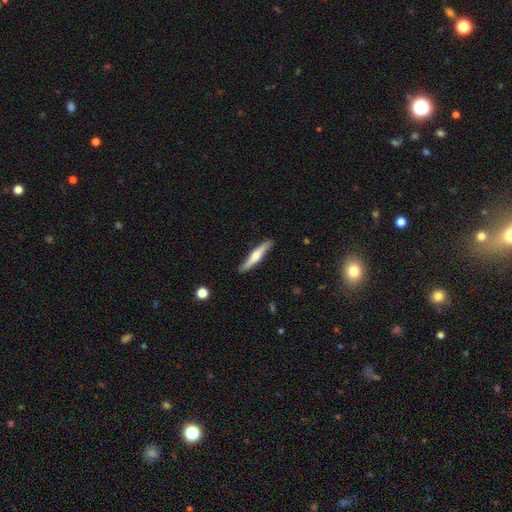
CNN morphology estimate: featured or disk 48%, smooth 47%, star or artifact 5%. Down the decision tree: merging — none (87%).